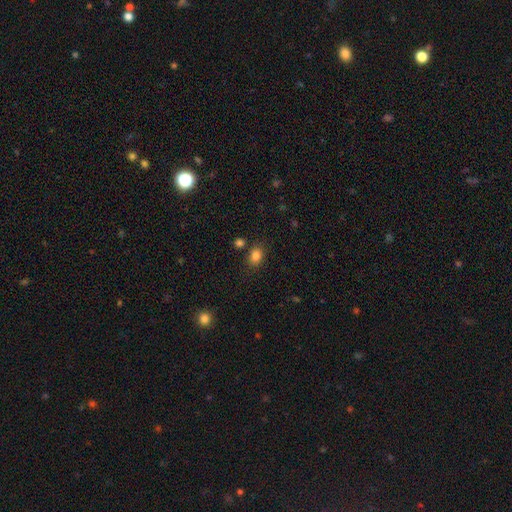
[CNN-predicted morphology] Smooth or featured: smooth — 84% (star or artifact — 11%)
How rounded: in between — 64% (round — 35%)
Merging: none — 79% (minor disturbance — 12%)